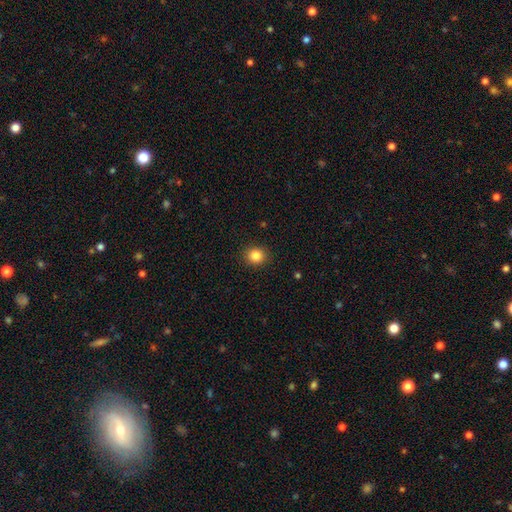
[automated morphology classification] Smooth or featured? smooth (85%)
How rounded? round (83%)
Merging? none (91%)